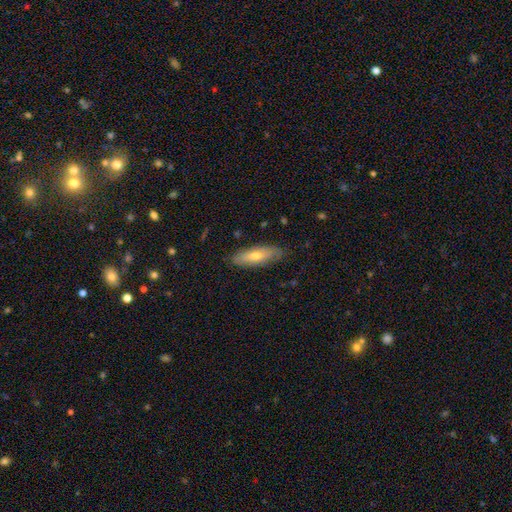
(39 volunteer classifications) Q: Smooth or featured?
A: featured or disk (51%); runner-up: smooth (38%)
Q: Edge-on disk?
A: yes (50%); tied with: no (50%)
Q: Edge-on bulge?
A: rounded (80%); runner-up: none (20%)
Q: Merging?
A: none (80%); runner-up: minor disturbance (14%)